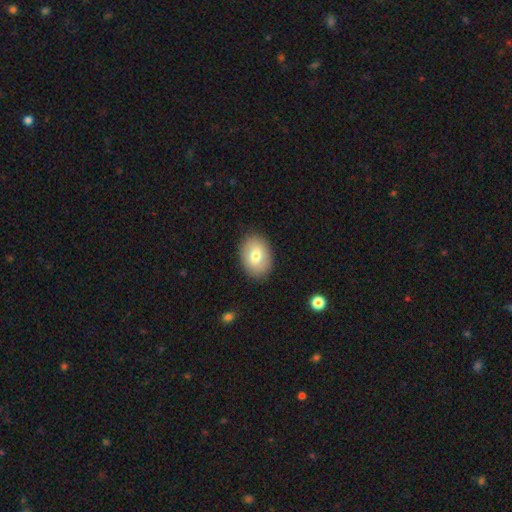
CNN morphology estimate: Smooth or featured: smooth — 74% (featured or disk — 19%)
How rounded: in between — 79% (round — 20%)
Merging: none — 87% (minor disturbance — 10%)